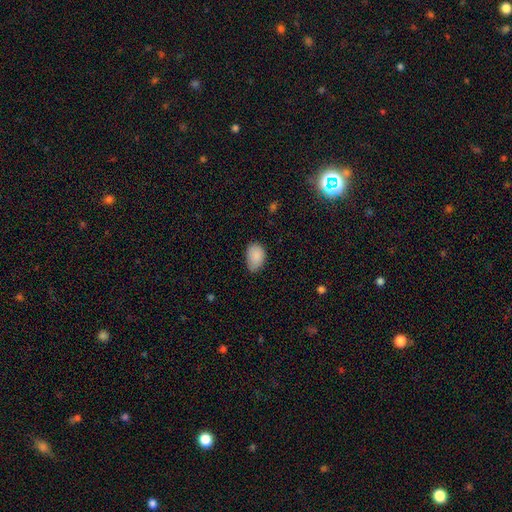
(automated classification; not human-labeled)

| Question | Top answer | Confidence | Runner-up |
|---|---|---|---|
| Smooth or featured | smooth | 87% | star or artifact (8%) |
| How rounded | in between | 87% | round (12%) |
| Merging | none | 59% | minor disturbance (34%) |